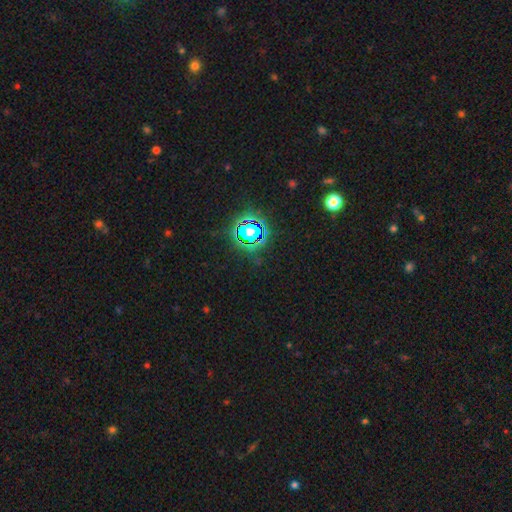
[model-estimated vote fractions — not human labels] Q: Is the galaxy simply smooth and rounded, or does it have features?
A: star or artifact — 80%.